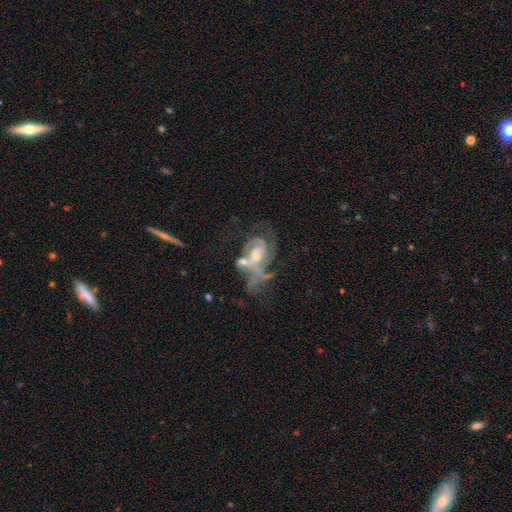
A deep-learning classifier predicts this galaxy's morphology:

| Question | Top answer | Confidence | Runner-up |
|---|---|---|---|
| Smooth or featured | featured or disk | 83% | smooth (9%) |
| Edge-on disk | no | 96% | yes (4%) |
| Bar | no | 49% | weak (39%) |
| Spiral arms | yes | 88% | no (12%) |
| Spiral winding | medium | 42% | tight (39%) |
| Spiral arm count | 2 | 41% | can't tell (27%) |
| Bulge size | moderate | 50% | small (39%) |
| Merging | major disturbance | 31% | none (29%) |